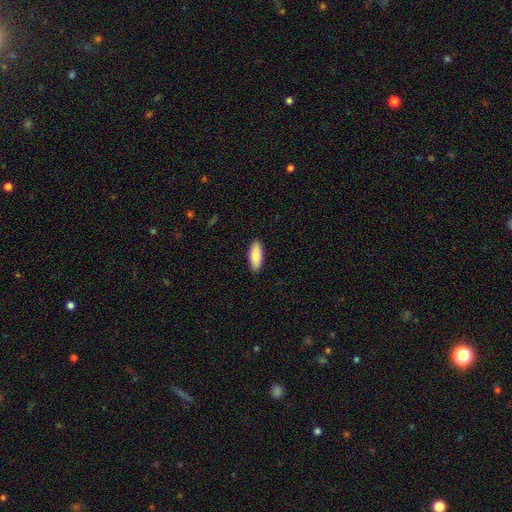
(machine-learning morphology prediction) smooth 89%, featured or disk 5%, star or artifact 5%. Down the decision tree: how rounded — in between (77%); merging — none (90%).